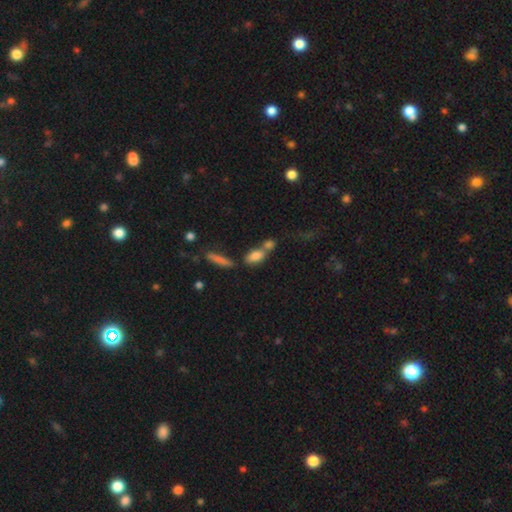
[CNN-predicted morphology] The model was most divided on "merging": merger: 42%, none: 41%, minor disturbance: 11%, major disturbance: 6%. More confident: smooth or featured — smooth (78%); how rounded — in between (77%).